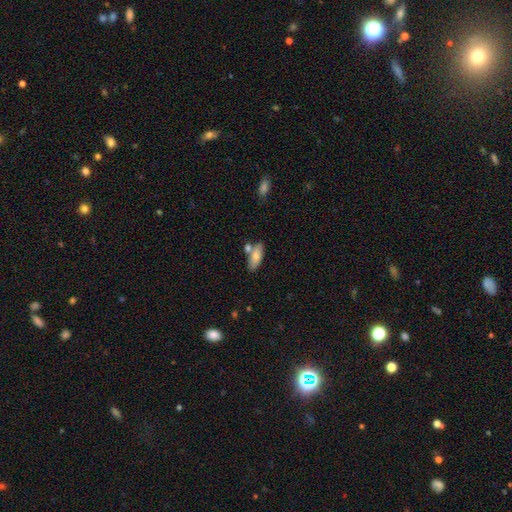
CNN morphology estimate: This is likely a smooth galaxy (75%). How rounded: likely in between (79%). Merging: likely none (61%).